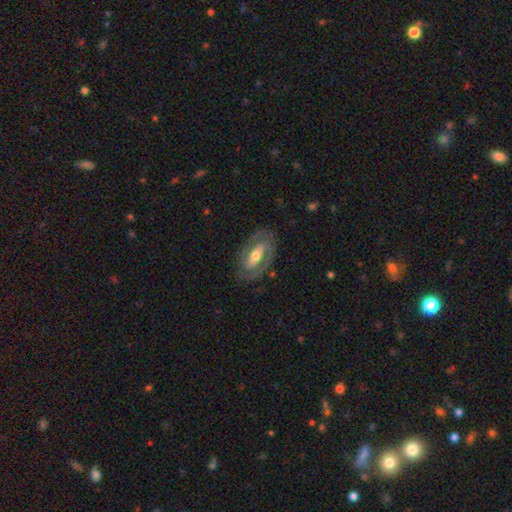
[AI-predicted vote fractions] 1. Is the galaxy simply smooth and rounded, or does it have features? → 78% featured or disk, 17% smooth, 5% star or artifact.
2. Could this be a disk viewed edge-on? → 93% no, 7% yes.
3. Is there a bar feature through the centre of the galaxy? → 45% strong, 31% weak, 24% no.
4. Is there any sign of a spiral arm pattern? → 82% yes, 18% no.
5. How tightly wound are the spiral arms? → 48% tight, 41% medium, 12% loose.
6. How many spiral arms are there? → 83% 2, 9% can't tell, 4% 1, 2% 3, 1% 4, 1% more than 4.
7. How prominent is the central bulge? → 62% moderate, 25% small, 11% large, 2% none, 1% dominant.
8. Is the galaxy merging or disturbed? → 79% none, 13% minor disturbance, 6% major disturbance, 1% merger.